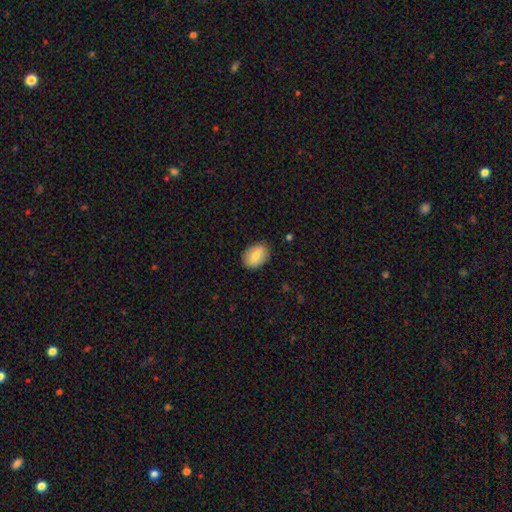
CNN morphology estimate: Smooth or featured? smooth (77%)
How rounded? in between (77%)
Merging? none (88%)